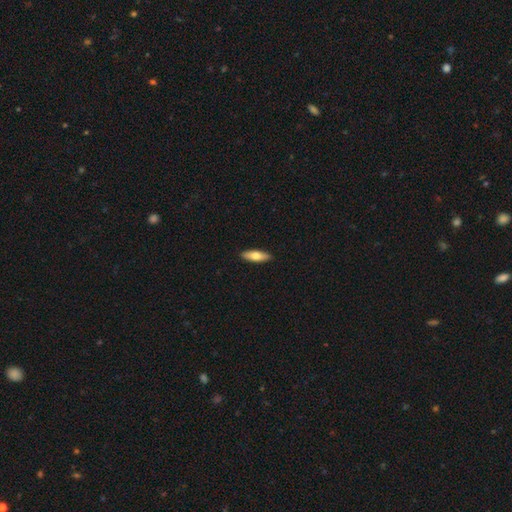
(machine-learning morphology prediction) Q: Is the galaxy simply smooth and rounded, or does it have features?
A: smooth — 67%.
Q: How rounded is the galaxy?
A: cigar-shaped — 51%.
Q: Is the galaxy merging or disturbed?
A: none — 91%.